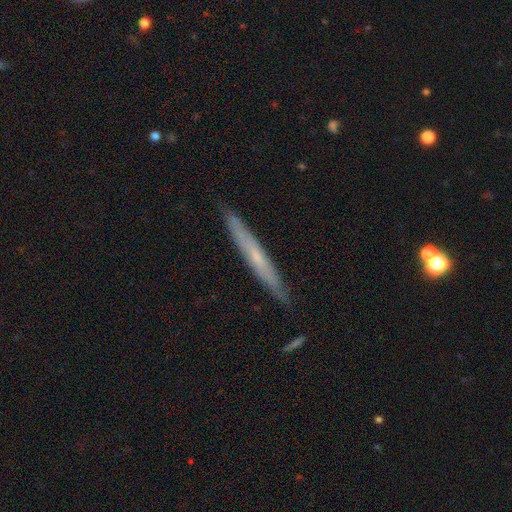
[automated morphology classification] featured or disk 52%, smooth 42%, star or artifact 7%. Down the decision tree: edge-on disk — yes (92%); merging — none (89%).